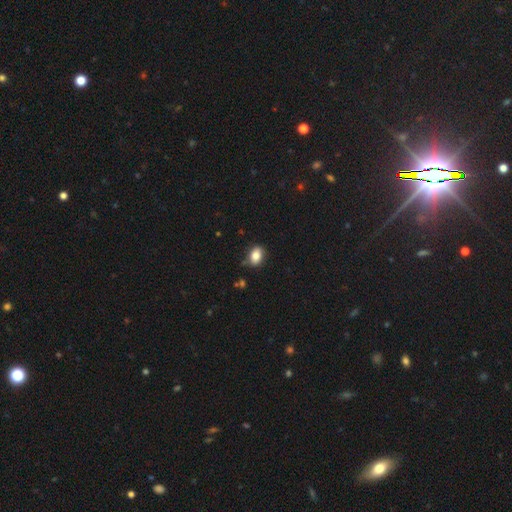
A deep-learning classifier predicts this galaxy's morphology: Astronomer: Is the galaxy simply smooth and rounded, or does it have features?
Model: smooth — 82%.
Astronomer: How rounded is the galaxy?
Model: in between — 77%.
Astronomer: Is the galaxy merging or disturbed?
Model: none — 76%.